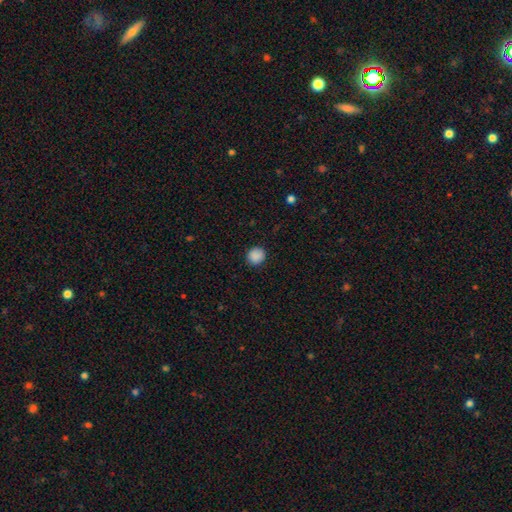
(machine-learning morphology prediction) type=smooth (89%); roundness=round (89%); merging=none (90%).